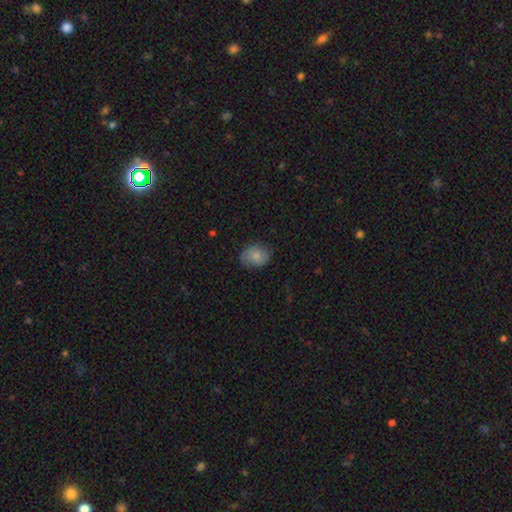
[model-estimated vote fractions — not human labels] smooth-or-featured: smooth: 72% | featured or disk: 20% | star or artifact: 8%
  how-rounded: in between: 60% | round: 39% | cigar-shaped: 1%
  merging: none: 70% | minor disturbance: 22% | major disturbance: 6% | merger: 1%